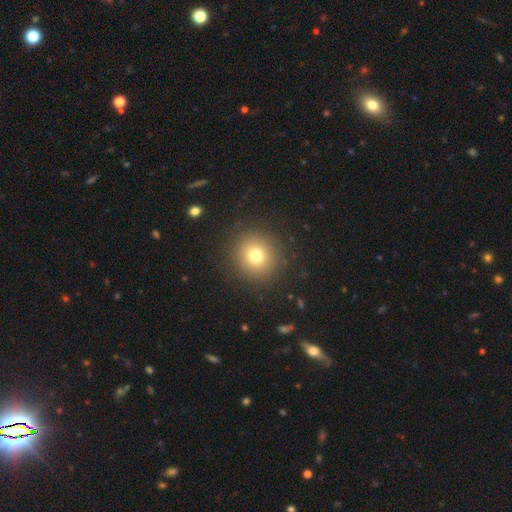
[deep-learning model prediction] A smooth galaxy with no disk features (75%) that is round (93%).

Vote fractions:
- Smooth or featured? smooth: 75% / star or artifact: 14% / featured or disk: 11%
- How rounded? round: 93% / in between: 6% / cigar-shaped: 1%
- Merging? none: 90% / minor disturbance: 6% / major disturbance: 3% / merger: 1%